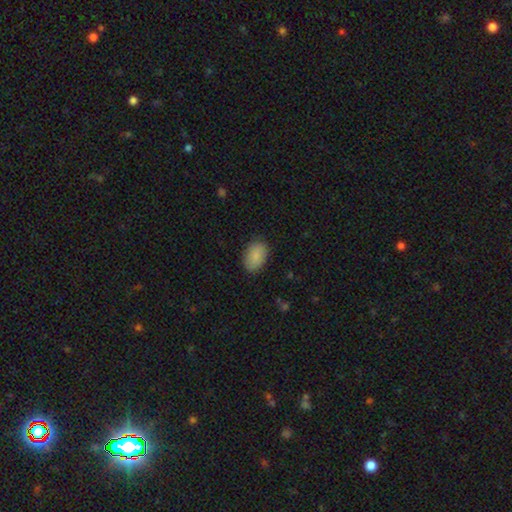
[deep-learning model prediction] smooth_or_featured: smooth (p=0.88) [alt: star or artifact p=0.07]
how_rounded: in between (p=0.87) [alt: round p=0.12]
merging: none (p=0.85) [alt: minor disturbance p=0.11]